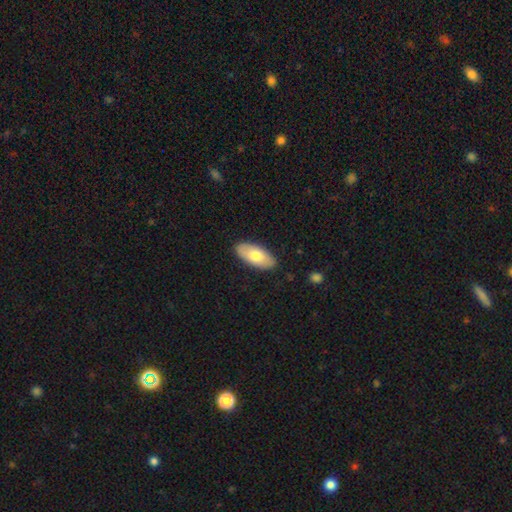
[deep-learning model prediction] smooth_or_featured: smooth (p=0.71) [alt: featured or disk p=0.24]
how_rounded: in between (p=0.92) [alt: cigar-shaped p=0.06]
merging: none (p=0.88) [alt: minor disturbance p=0.09]